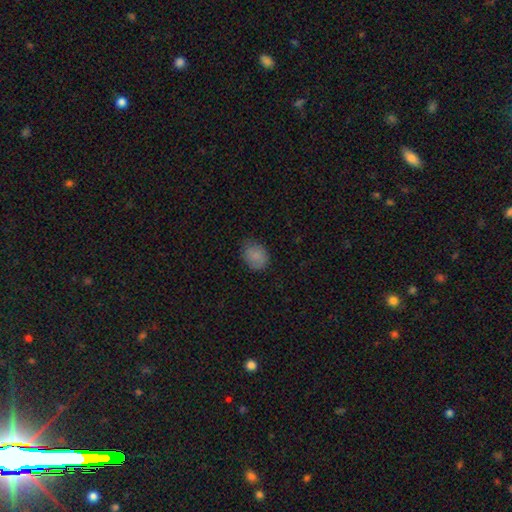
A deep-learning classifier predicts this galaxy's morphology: Smooth or featured: smooth — 85% (star or artifact — 10%)
How rounded: in between — 56% (round — 43%)
Merging: none — 73% (minor disturbance — 21%)